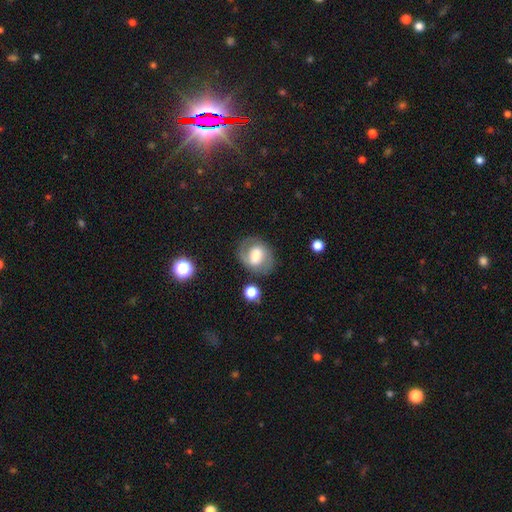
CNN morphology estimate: featured or disk 52%, smooth 40%, star or artifact 8%. Down the decision tree: edge-on disk — no (96%); merging — none (75%).